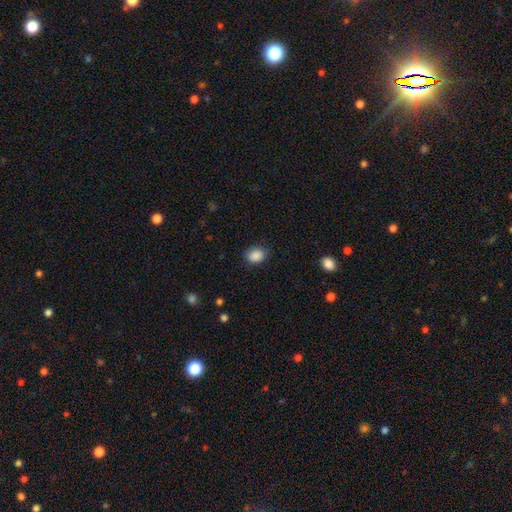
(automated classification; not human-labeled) A smooth galaxy with no disk features (88%) that is in between round and cigar-shaped (51%). Merging: none (82%).